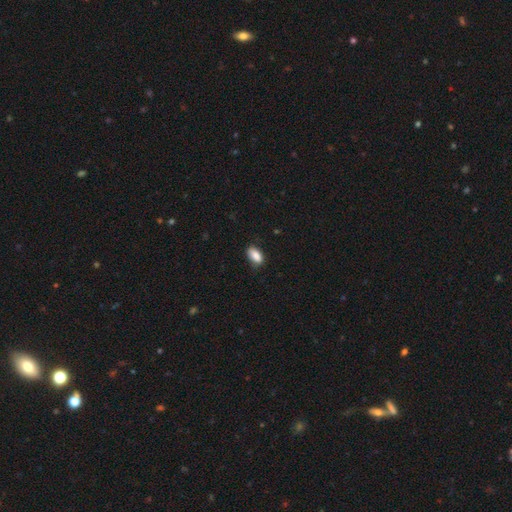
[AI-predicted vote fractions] smooth_or_featured: smooth (p=0.87) [alt: star or artifact p=0.08]
how_rounded: in between (p=0.91) [alt: round p=0.05]
merging: none (p=0.76) [alt: minor disturbance p=0.20]